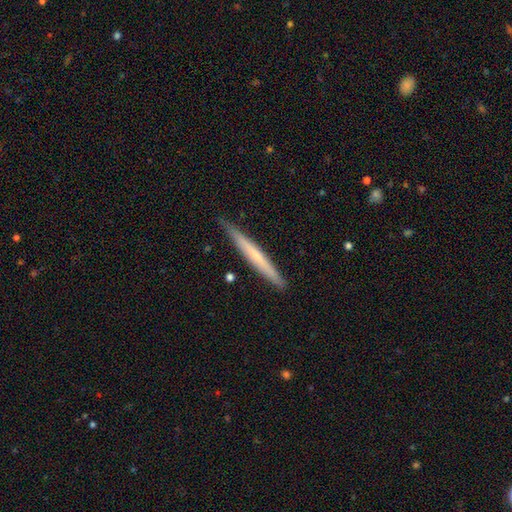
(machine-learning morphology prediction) This is possibly a featured or disk galaxy (51%). It is clearly viewed edge-on (96%). Merging: clearly none (87%).